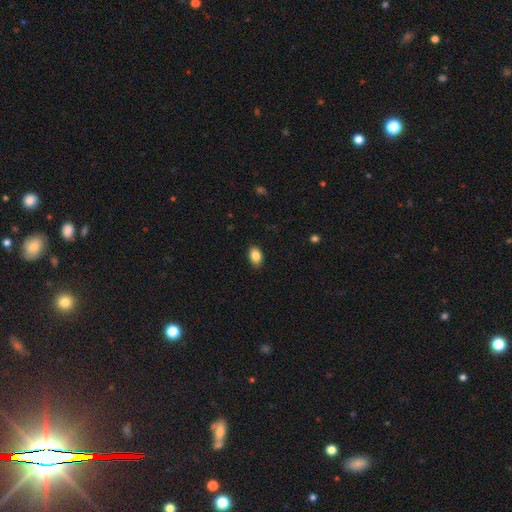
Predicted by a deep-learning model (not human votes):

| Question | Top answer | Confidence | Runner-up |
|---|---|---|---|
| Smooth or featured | smooth | 86% | star or artifact (8%) |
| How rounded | in between | 87% | round (11%) |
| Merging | none | 87% | minor disturbance (10%) |